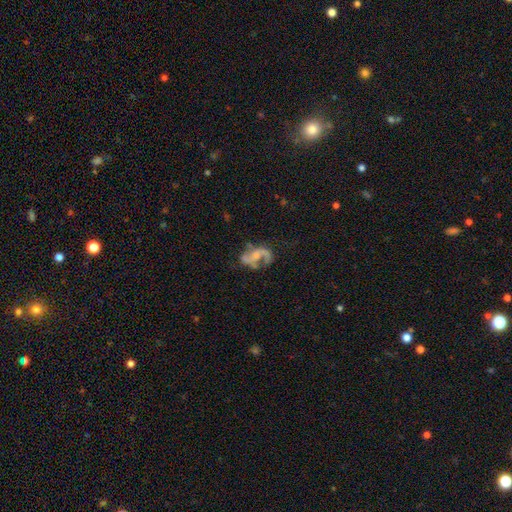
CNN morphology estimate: This appears to be a featured or disk galaxy (77%) with no bar (54%), 2 (81%) loose (60%) spiral arms (85%) and a small central bulge (37%). Merging: none (49%).